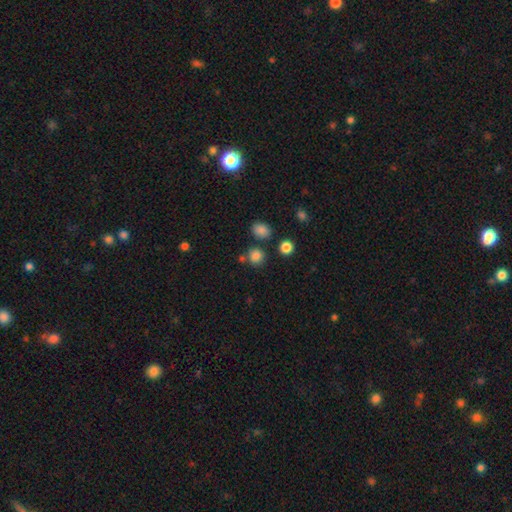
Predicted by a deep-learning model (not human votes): smooth 82%, star or artifact 14%, featured or disk 4%. Down the decision tree: how rounded — round (85%); merging — none (73%).